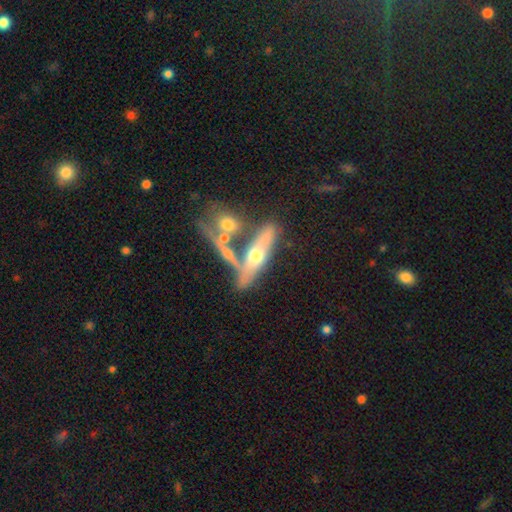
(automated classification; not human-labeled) Morphology: type=featured or disk (53%); edge-on=yes (72%); merging=none (44%).